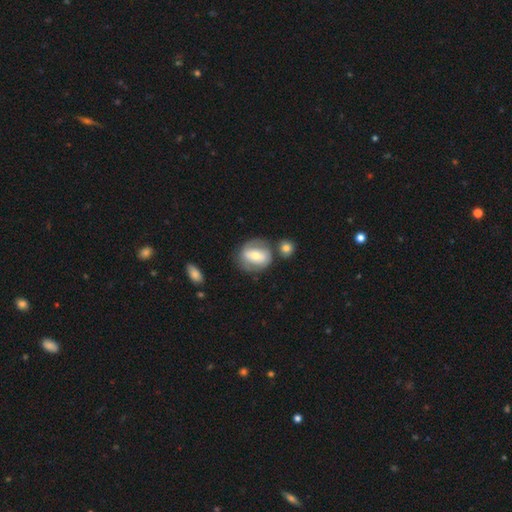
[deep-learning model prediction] The model was most divided on "bar": strong: 36%, weak: 34%, no: 30%. More confident: edge-on disk — no (95%); merging — none (62%); spiral arms — yes (59%); bulge size — moderate (58%); smooth or featured — featured or disk (57%).